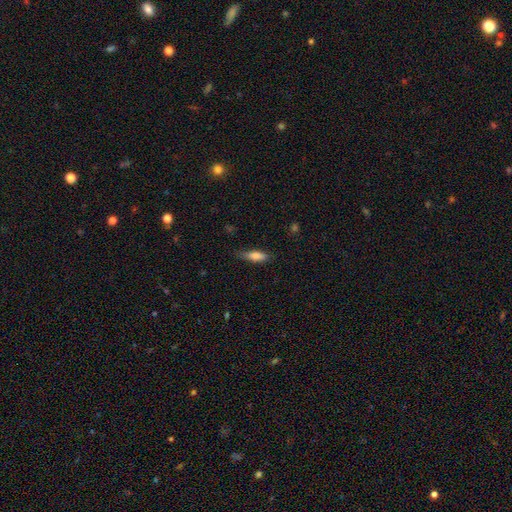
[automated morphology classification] smooth-or-featured: smooth: 77% | featured or disk: 16% | star or artifact: 7%
  how-rounded: in between: 50% | cigar-shaped: 48% | round: 2%
  merging: none: 69% | minor disturbance: 24% | major disturbance: 5% | merger: 1%